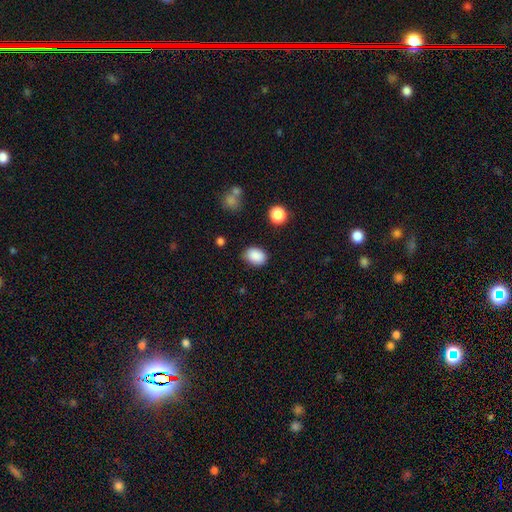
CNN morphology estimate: The model was most divided on "how rounded": in between: 72%, round: 27%, cigar-shaped: 1%. More confident: smooth or featured — smooth (88%); merging — none (79%).